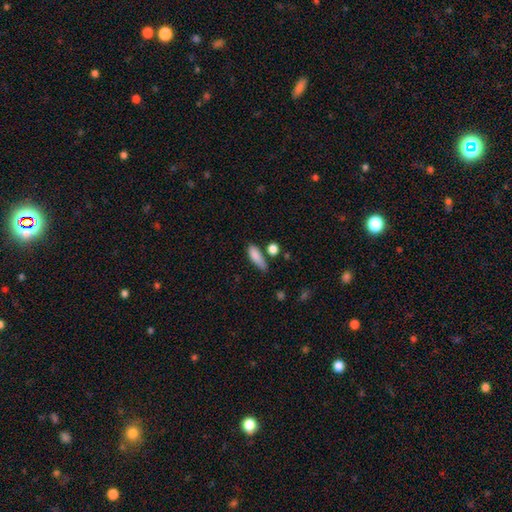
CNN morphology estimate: Smooth or featured: smooth — 84% (featured or disk — 8%)
How rounded: in between — 50% (cigar-shaped — 47%)
Merging: none — 58% (minor disturbance — 25%)